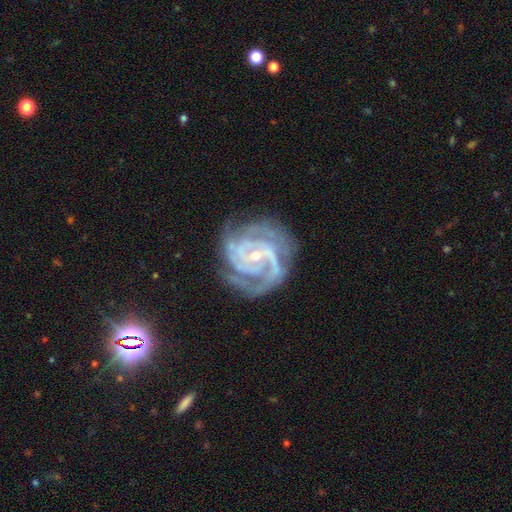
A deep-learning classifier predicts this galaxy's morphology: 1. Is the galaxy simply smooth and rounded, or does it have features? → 91% featured or disk, 5% star or artifact, 3% smooth.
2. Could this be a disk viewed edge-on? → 98% no, 2% yes.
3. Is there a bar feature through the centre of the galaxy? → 53% no, 32% weak, 15% strong.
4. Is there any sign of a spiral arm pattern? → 98% yes, 2% no.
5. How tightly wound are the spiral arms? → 68% tight, 29% medium, 3% loose.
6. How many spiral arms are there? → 40% 3, 22% 2, 14% 4, 12% can't tell, 6% more than 4, 6% 1.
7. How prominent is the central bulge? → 74% small, 23% moderate, 1% none, 1% large, 1% dominant.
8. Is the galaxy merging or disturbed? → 71% none, 19% minor disturbance, 9% major disturbance, 2% merger.